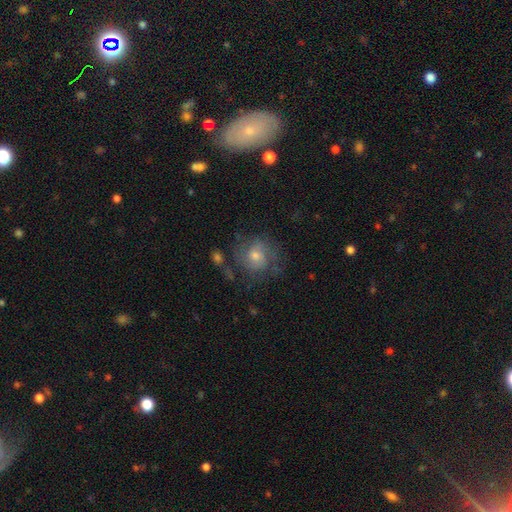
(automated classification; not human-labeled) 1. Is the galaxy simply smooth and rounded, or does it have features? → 56% featured or disk, 31% smooth, 13% star or artifact.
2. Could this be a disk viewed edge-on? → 97% no, 3% yes.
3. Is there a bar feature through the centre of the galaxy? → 69% no, 27% weak, 4% strong.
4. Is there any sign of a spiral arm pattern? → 81% yes, 19% no.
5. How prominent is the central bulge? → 54% moderate, 37% small, 6% large, 3% none, 1% dominant.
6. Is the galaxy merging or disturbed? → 65% none, 18% minor disturbance, 13% major disturbance, 3% merger.